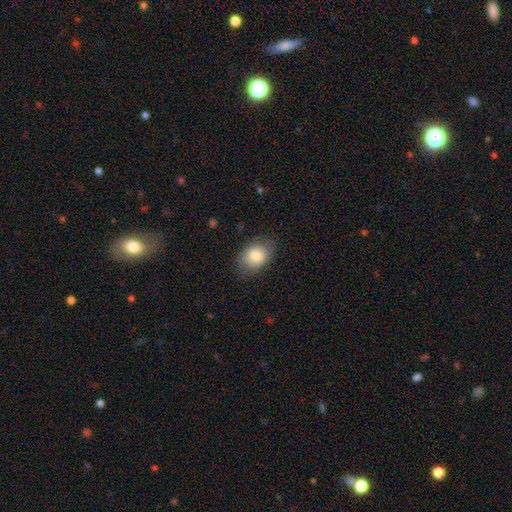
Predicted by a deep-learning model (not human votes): smooth 81%, featured or disk 12%, star or artifact 8%. Down the decision tree: how rounded — in between (72%); merging — none (80%).